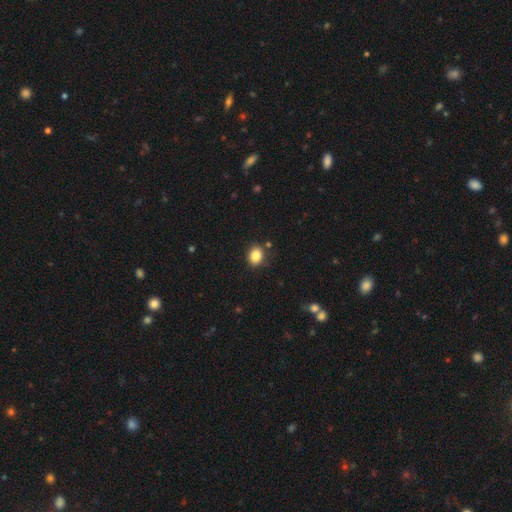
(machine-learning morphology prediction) smooth-or-featured: smooth: 84% | star or artifact: 10% | featured or disk: 6%
  how-rounded: round: 57% | in between: 42% | cigar-shaped: 1%
  merging: none: 83% | minor disturbance: 11% | merger: 3% | major disturbance: 3%